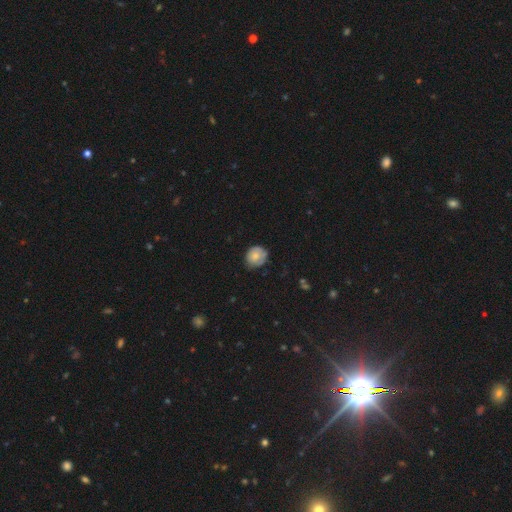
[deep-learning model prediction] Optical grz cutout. It shows a smooth galaxy with no disk features (72%) that is round (79%). Merging: none (67%).